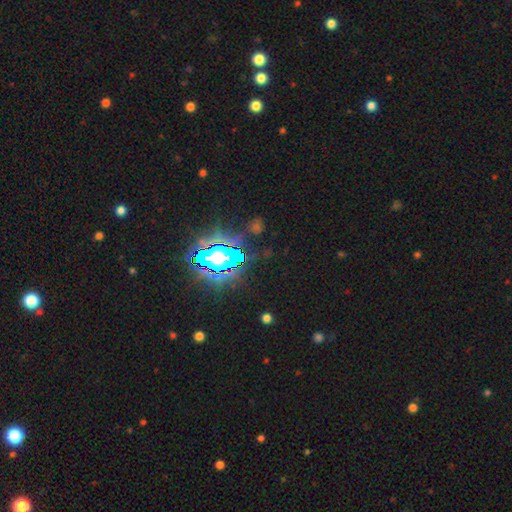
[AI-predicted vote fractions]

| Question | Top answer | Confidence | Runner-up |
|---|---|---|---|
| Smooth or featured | star or artifact | 80% | smooth (11%) |